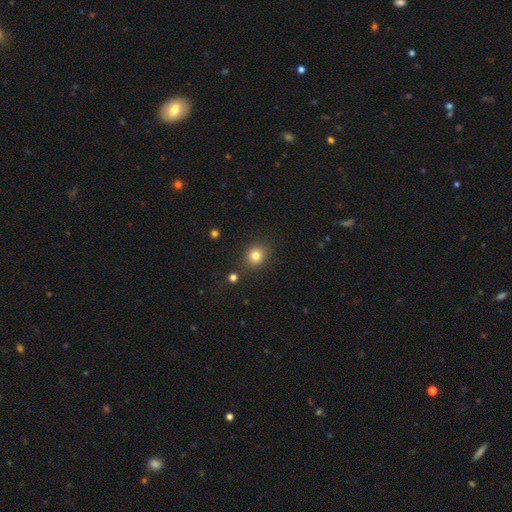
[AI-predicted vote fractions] The model was most divided on "how rounded": round: 81%, in between: 18%, cigar-shaped: 1%. More confident: merging — none (85%); smooth or featured — smooth (81%).